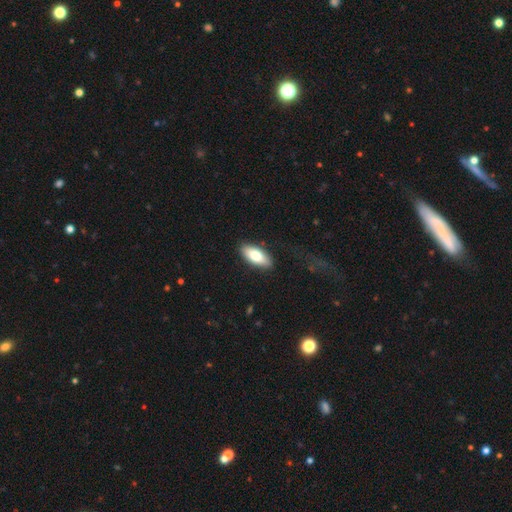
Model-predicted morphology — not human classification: Q: Smooth or featured?
A: smooth (75%); runner-up: featured or disk (19%)
Q: How rounded?
A: in between (86%); runner-up: cigar-shaped (11%)
Q: Merging?
A: none (86%); runner-up: minor disturbance (10%)